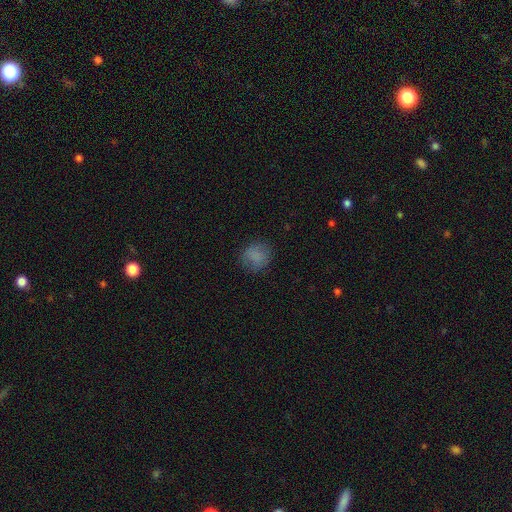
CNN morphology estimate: smooth 82%, star or artifact 10%, featured or disk 7%. Down the decision tree: how rounded — round (80%); merging — none (80%).